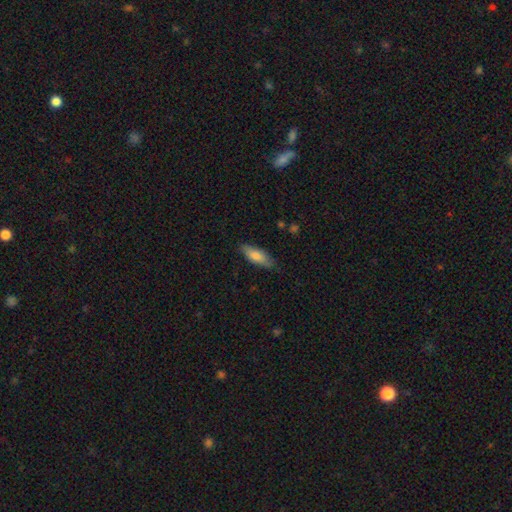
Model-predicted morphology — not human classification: This is likely a smooth galaxy (77%). How rounded: likely in between (61%). Merging: clearly none (80%).